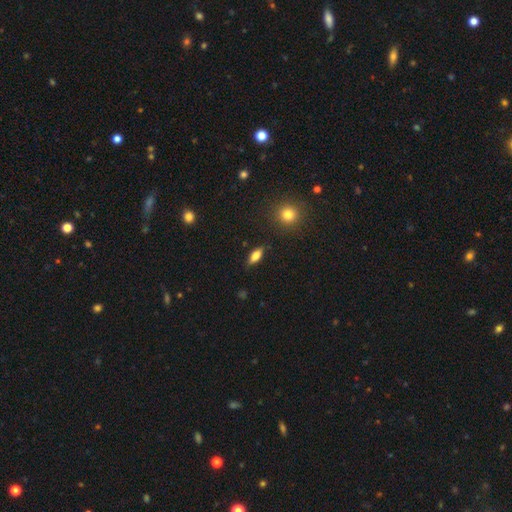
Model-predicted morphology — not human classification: smooth 73%, featured or disk 19%, star or artifact 8%. Down the decision tree: how rounded — in between (76%); merging — none (85%).